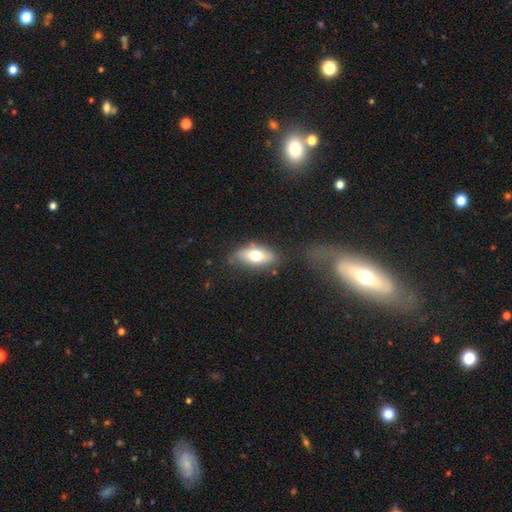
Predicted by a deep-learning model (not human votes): smooth 67%, featured or disk 25%, star or artifact 7%. Down the decision tree: how rounded — in between (83%); merging — none (73%).